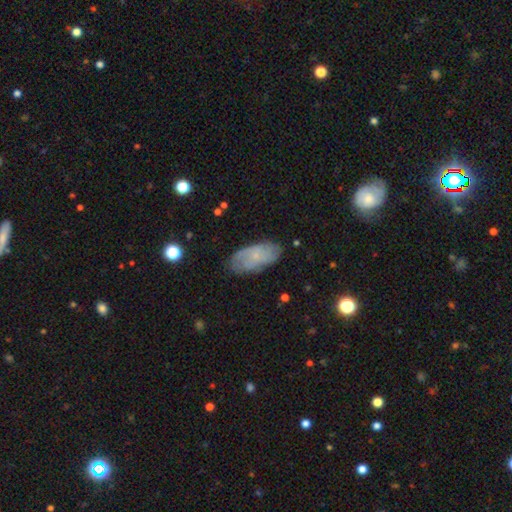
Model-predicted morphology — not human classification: featured or disk 50%, smooth 43%, star or artifact 8%. Down the decision tree: merging — none (75%).